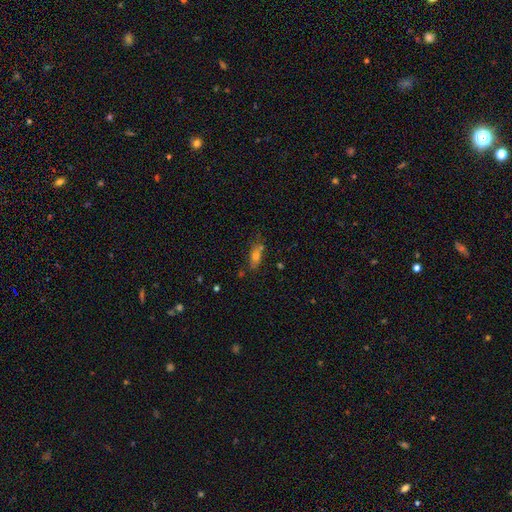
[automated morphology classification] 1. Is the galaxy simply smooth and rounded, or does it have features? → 60% smooth, 22% featured or disk, 18% star or artifact.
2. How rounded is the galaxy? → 62% in between, 30% cigar-shaped, 8% round.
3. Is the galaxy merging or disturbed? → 62% none, 20% minor disturbance, 11% merger, 8% major disturbance.